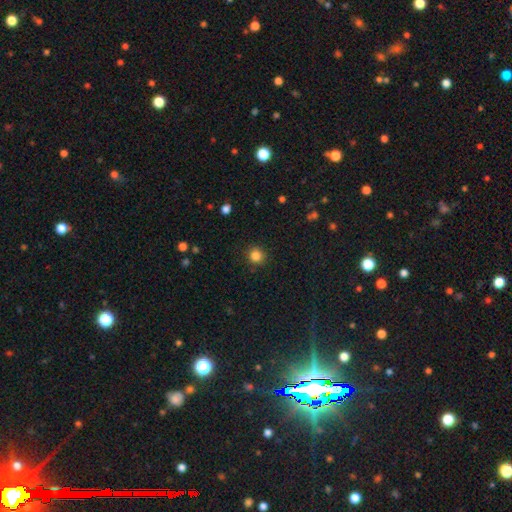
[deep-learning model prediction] A smooth galaxy with no disk features (84%) that is round (90%).

Vote fractions:
- Smooth or featured? smooth: 84% / star or artifact: 12% / featured or disk: 4%
- How rounded? round: 90% / in between: 9% / cigar-shaped: 1%
- Merging? none: 90% / minor disturbance: 7% / major disturbance: 2% / merger: 1%